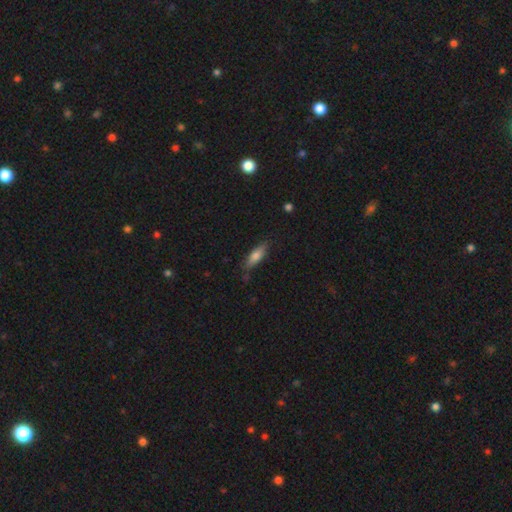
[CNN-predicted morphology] smooth 73%, featured or disk 20%, star or artifact 7%. Down the decision tree: how rounded — cigar-shaped (50%); merging — none (76%).